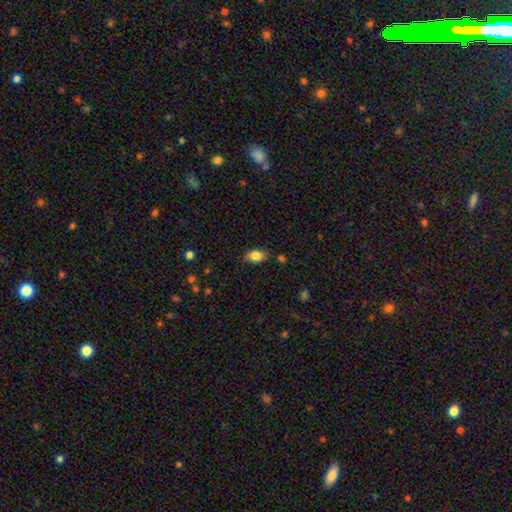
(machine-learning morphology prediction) Q: Smooth or featured?
A: smooth (82%); runner-up: featured or disk (10%)
Q: How rounded?
A: in between (88%); runner-up: round (9%)
Q: Merging?
A: none (81%); runner-up: minor disturbance (14%)